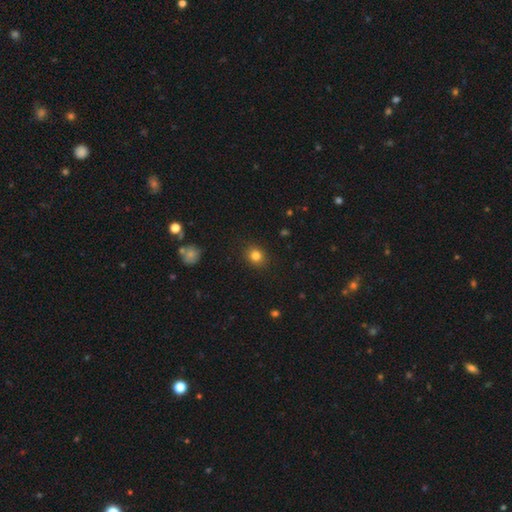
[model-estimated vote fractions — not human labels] Smooth or featured? Predicted: smooth (p=0.82). How rounded? Predicted: round (p=0.73). Merging? Predicted: none (p=0.89).